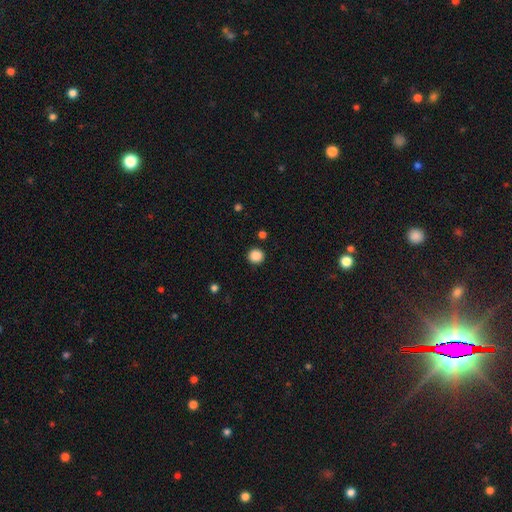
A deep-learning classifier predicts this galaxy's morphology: Smooth or featured? Predicted: smooth (p=0.87). How rounded? Predicted: round (p=0.93). Merging? Predicted: none (p=0.91).